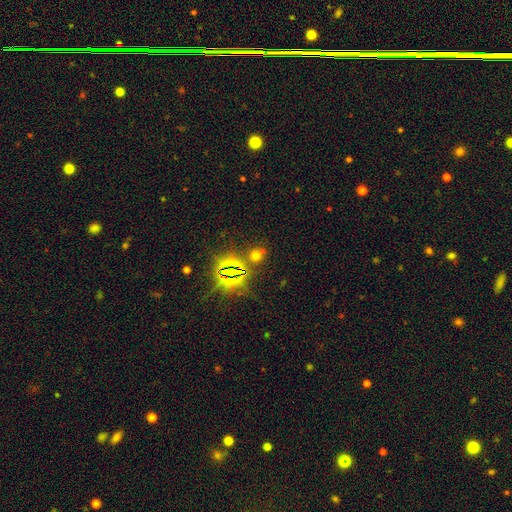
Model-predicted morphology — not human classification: Overall: star or artifact (48%; smooth 44%).